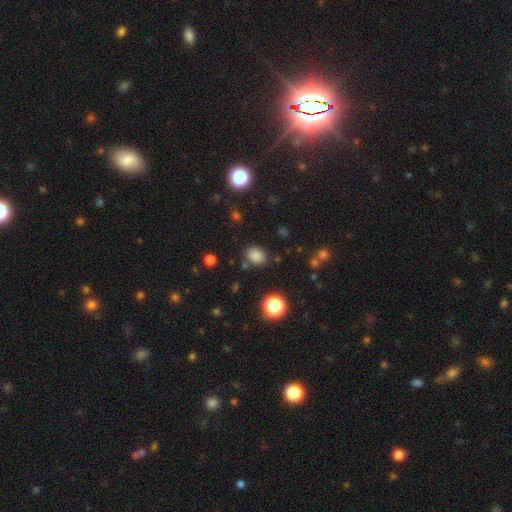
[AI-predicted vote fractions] Smooth or featured? smooth (81%)
How rounded? in between (58%)
Merging? none (81%)